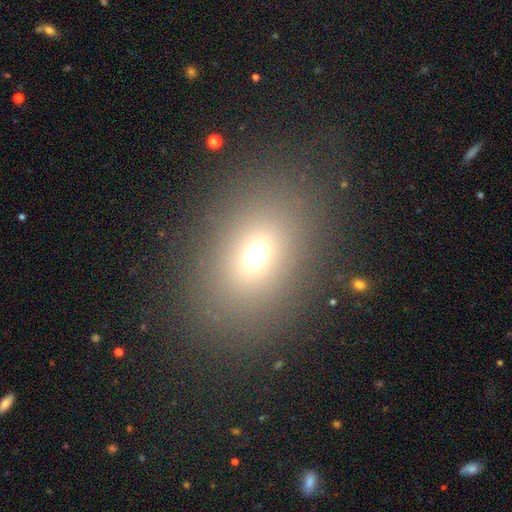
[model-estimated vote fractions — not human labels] Smooth or featured? Predicted: smooth (p=0.67). How rounded? Predicted: in between (p=0.68). Merging? Predicted: none (p=0.82).